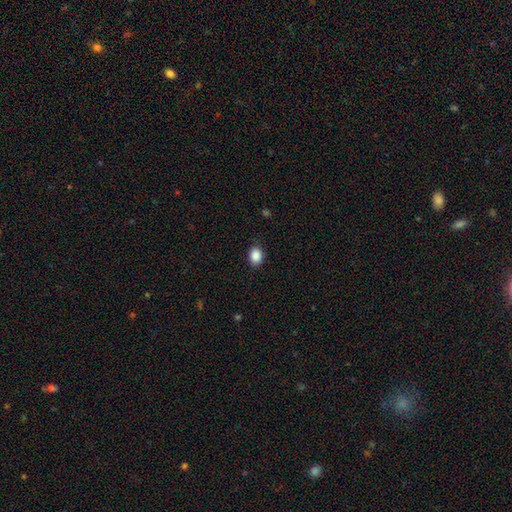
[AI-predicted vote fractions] Overall: smooth (88%). How rounded: in between (52%; round 47%). Merging: none (87%).